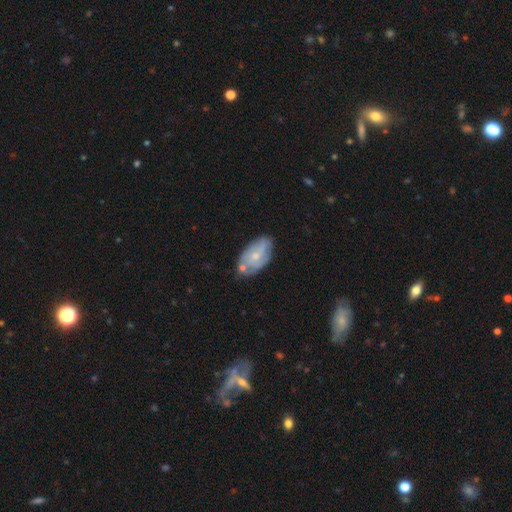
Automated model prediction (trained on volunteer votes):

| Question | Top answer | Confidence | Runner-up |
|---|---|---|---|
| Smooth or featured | featured or disk | 53% | smooth (41%) |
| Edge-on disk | no | 94% | yes (6%) |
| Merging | none | 57% | minor disturbance (25%) |